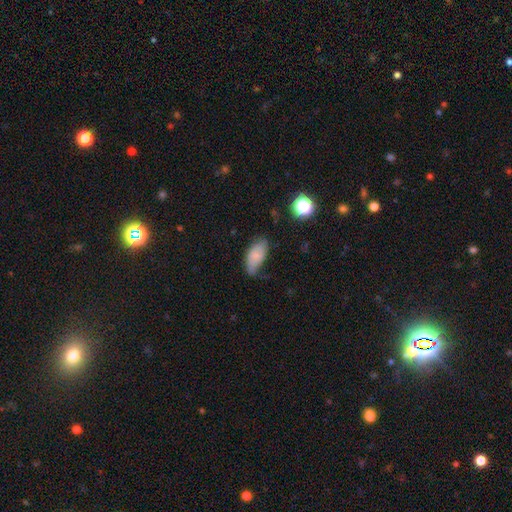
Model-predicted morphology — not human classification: type=smooth (74%); roundness=in between (92%); merging=none (47%).